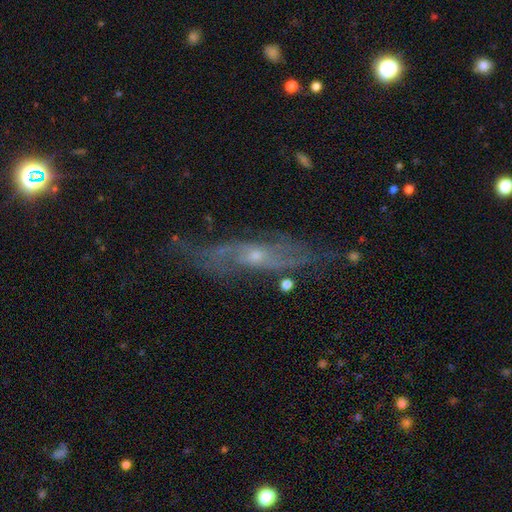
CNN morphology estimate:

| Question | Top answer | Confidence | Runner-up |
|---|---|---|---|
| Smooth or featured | featured or disk | 67% | smooth (21%) |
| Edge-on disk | yes | 57% | no (43%) |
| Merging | none | 72% | minor disturbance (19%) |